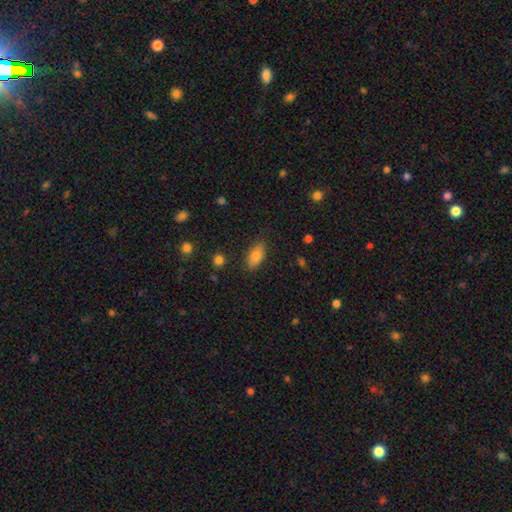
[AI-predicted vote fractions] A smooth galaxy with no disk features (81%) that is in between round and cigar-shaped (88%). Merging: none (82%).